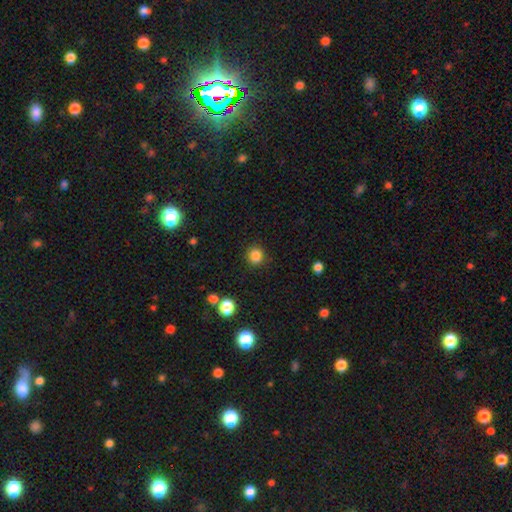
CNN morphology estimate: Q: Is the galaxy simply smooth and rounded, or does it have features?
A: smooth — 85%.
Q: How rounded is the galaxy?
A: round — 88%.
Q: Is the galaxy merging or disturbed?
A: none — 89%.